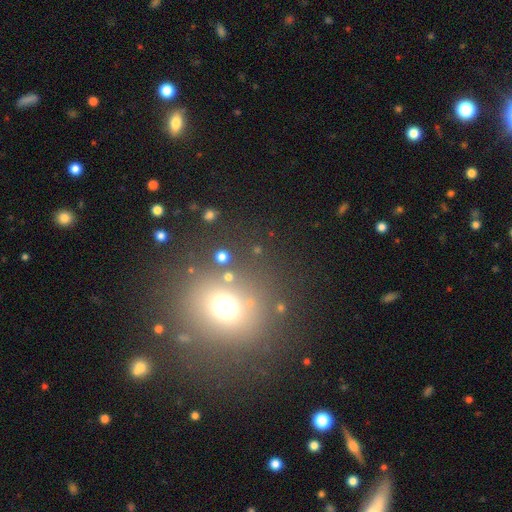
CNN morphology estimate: smooth 53%, star or artifact 34%, featured or disk 14%. Down the decision tree: how rounded — round (82%); merging — none (83%).